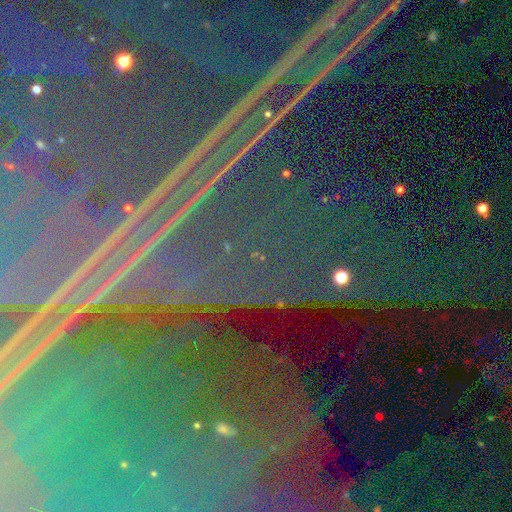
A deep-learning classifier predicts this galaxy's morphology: Smooth or featured? Predicted: star or artifact (p=0.91).